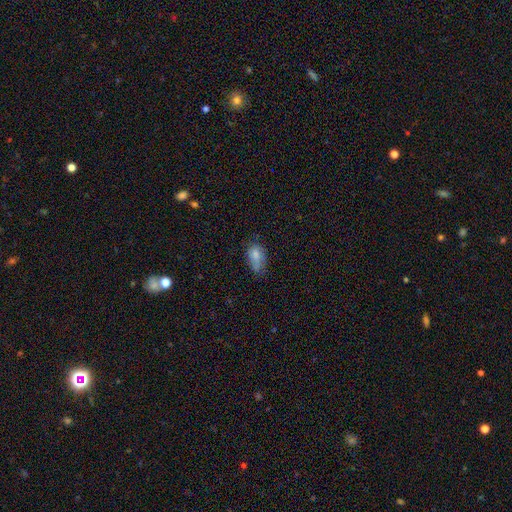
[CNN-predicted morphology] Smooth or featured: smooth — 76% (featured or disk — 15%)
How rounded: in between — 89% (round — 9%)
Merging: none — 45% (minor disturbance — 36%)